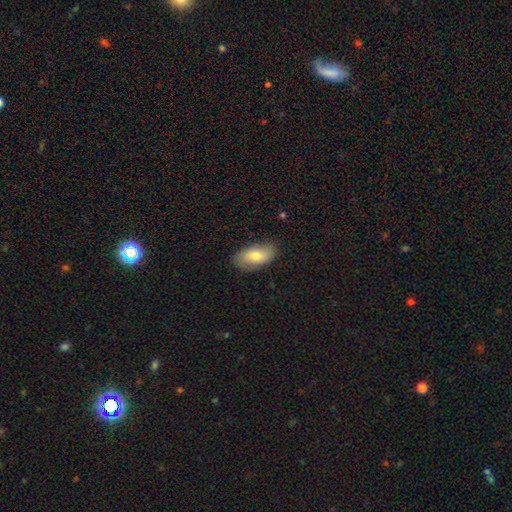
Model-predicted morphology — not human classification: Smooth or featured? smooth (75%)
How rounded? in between (92%)
Merging? none (82%)